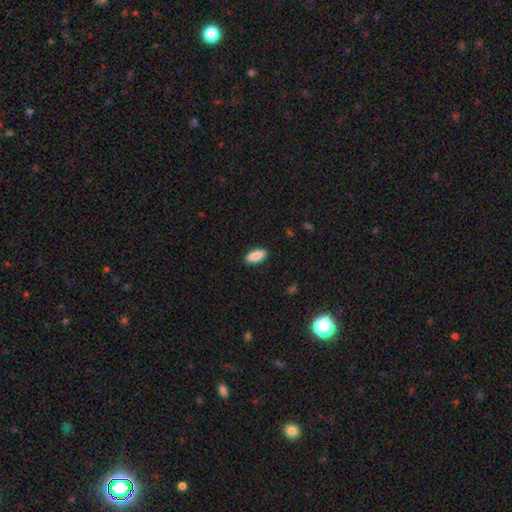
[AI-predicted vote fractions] Q: Smooth or featured?
A: smooth (89%); runner-up: star or artifact (6%)
Q: How rounded?
A: in between (85%); runner-up: cigar-shaped (13%)
Q: Merging?
A: none (90%); runner-up: minor disturbance (8%)